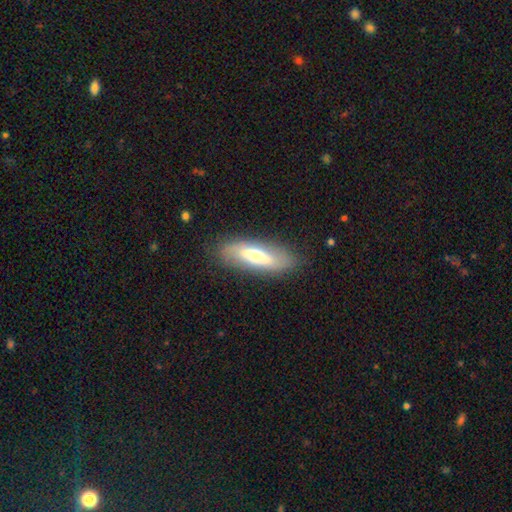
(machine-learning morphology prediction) smooth-or-featured: smooth: 50% | featured or disk: 43% | star or artifact: 7%
  how-rounded: in between: 53% | cigar-shaped: 45% | round: 2%
  merging: none: 83% | minor disturbance: 13% | major disturbance: 3% | merger: 1%